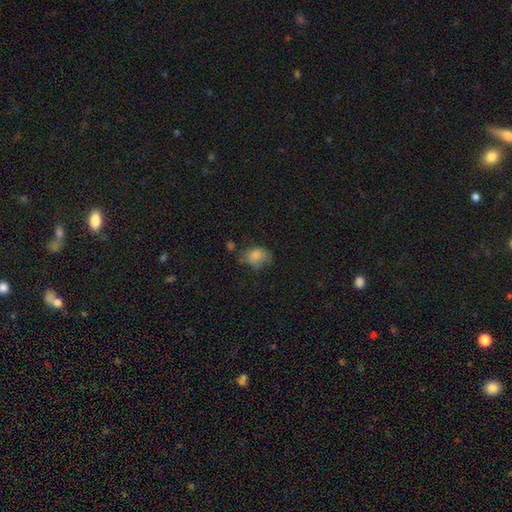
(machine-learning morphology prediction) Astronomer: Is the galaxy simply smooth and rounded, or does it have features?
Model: smooth — 81%.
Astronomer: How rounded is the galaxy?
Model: in between — 60% (runner-up: round, 39%).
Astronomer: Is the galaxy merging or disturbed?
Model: none — 48% (runner-up: minor disturbance, 32%).